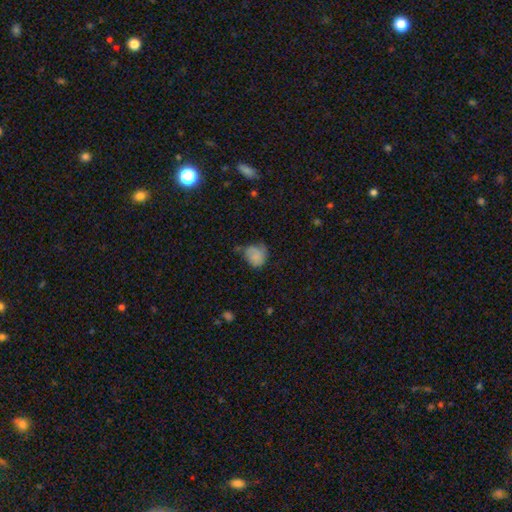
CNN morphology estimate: Smooth or featured?
  - smooth: 73% *
  - featured or disk: 17%
  - star or artifact: 9%
How rounded?
  - round: 61% *
  - in between: 38%
  - cigar-shaped: 1%
Merging?
  - minor disturbance: 40% *
  - none: 37%
  - major disturbance: 18%
  - merger: 5%